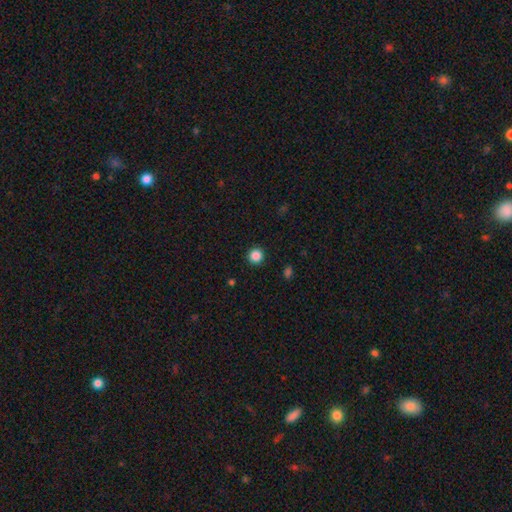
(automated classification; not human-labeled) The model was most divided on "smooth or featured": smooth: 87%, star or artifact: 11%, featured or disk: 3%. More confident: how rounded — round (95%); merging — none (92%).